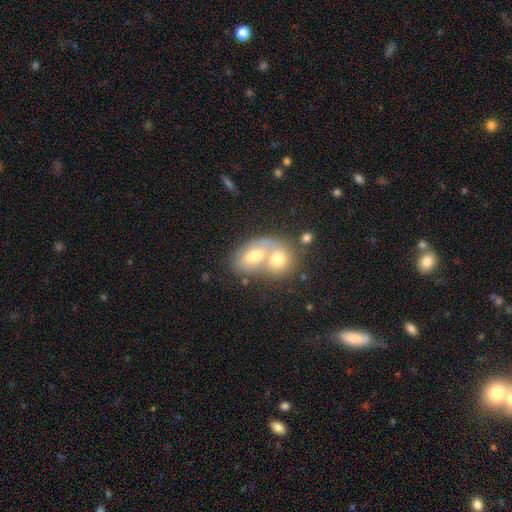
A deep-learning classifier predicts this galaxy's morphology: type=smooth (53%); roundness=in between (60%); merging=merger (78%).